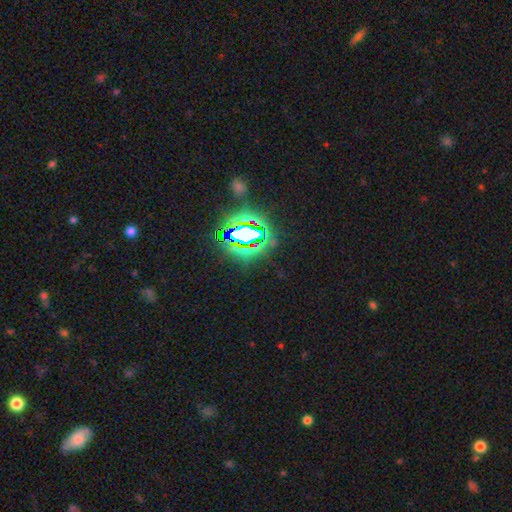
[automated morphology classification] Smooth or featured: star or artifact — 84% (smooth — 10%)